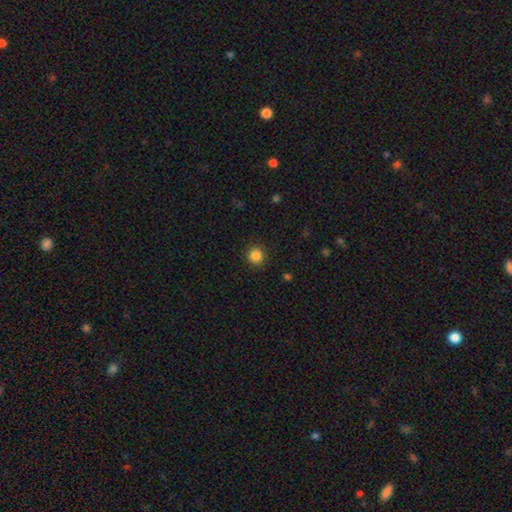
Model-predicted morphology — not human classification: A smooth galaxy with no disk features (86%) that is round (93%). Merging: none (91%).